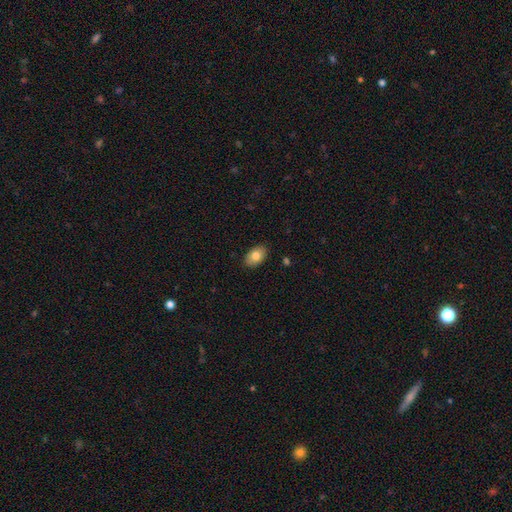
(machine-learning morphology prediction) This appears to be a smooth galaxy with no disk features (83%) that is in between round and cigar-shaped (92%). Merging: none (88%).